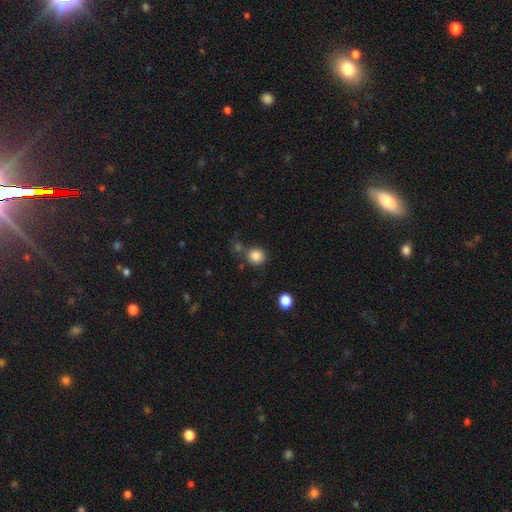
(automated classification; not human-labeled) Smooth or featured? Predicted: smooth (p=0.85). How rounded? Predicted: round (p=0.89). Merging? Predicted: none (p=0.75).